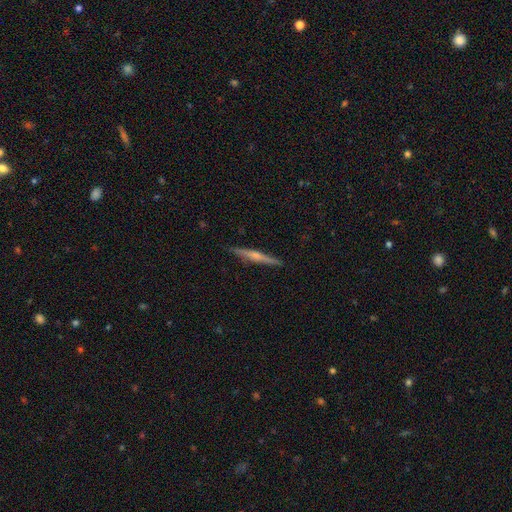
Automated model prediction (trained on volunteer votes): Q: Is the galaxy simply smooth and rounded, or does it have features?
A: featured or disk — 64%.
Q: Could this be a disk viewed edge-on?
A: yes — 98%.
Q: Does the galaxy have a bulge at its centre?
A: rounded — 71%.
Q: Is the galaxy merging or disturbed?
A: none — 90%.